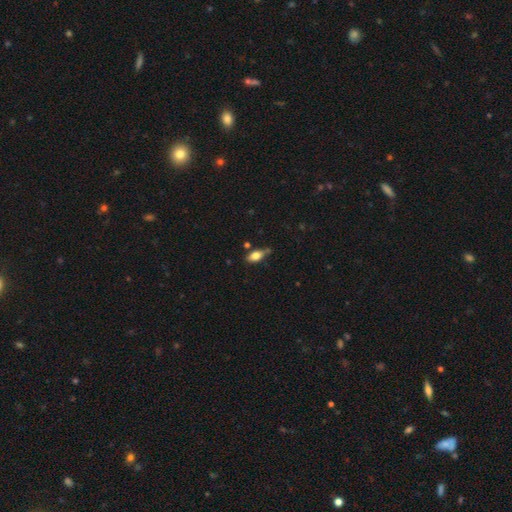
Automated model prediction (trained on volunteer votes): A smooth galaxy with no disk features (69%) that is in between round and cigar-shaped (82%).

Vote fractions:
- Smooth or featured? smooth: 69% / featured or disk: 23% / star or artifact: 8%
- How rounded? in between: 82% / cigar-shaped: 13% / round: 4%
- Merging? none: 65% / minor disturbance: 24% / merger: 6% / major disturbance: 5%